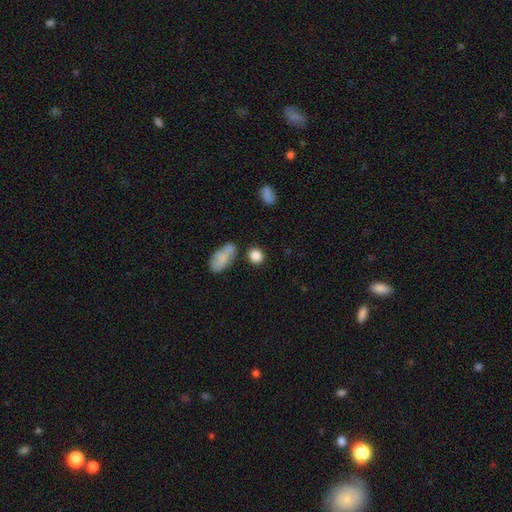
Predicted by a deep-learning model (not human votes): Smooth or featured? smooth (85%)
How rounded? round (71%)
Merging? none (73%)